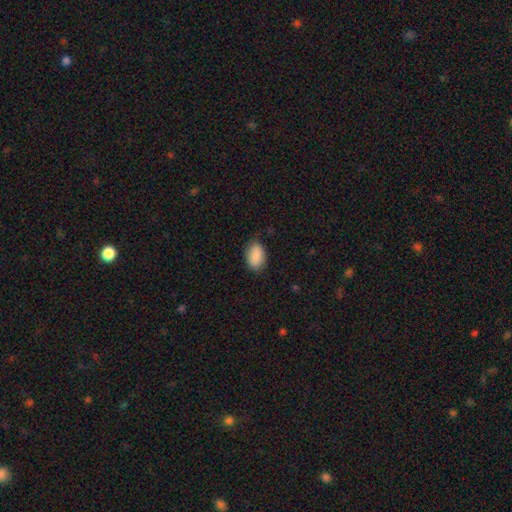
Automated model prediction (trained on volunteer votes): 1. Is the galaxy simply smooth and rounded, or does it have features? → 89% smooth, 7% star or artifact, 4% featured or disk.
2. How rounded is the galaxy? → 91% in between, 8% round, 1% cigar-shaped.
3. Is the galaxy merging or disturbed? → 80% none, 16% minor disturbance, 3% major disturbance, 1% merger.